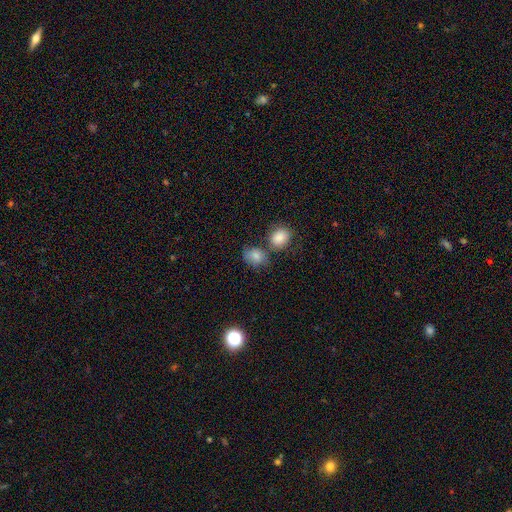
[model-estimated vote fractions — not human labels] smooth_or_featured: smooth (p=0.81) [alt: star or artifact p=0.11]
how_rounded: round (p=0.50) [alt: in between p=0.49]
merging: none (p=0.49) [alt: merger p=0.29]